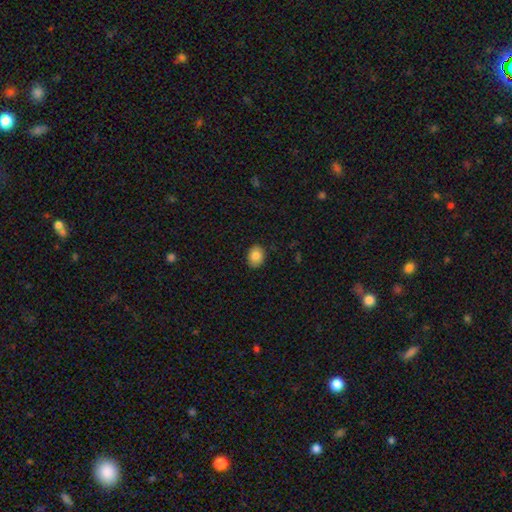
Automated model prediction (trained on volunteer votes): Morphology: type=smooth (84%); roundness=in between (63%); merging=none (86%).